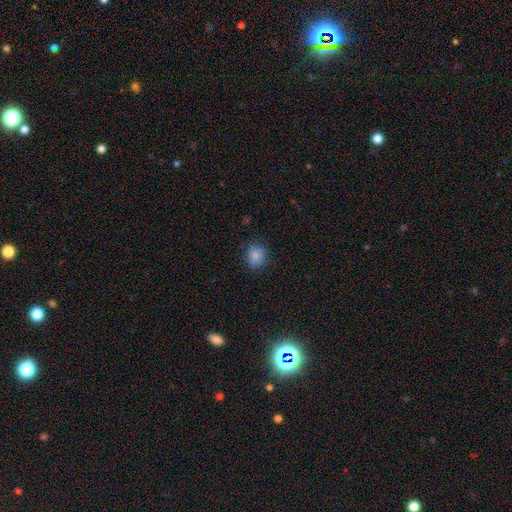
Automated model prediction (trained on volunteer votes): The model was most divided on "how rounded": round: 70%, in between: 29%, cigar-shaped: 1%. More confident: smooth or featured — smooth (82%); merging — none (77%).